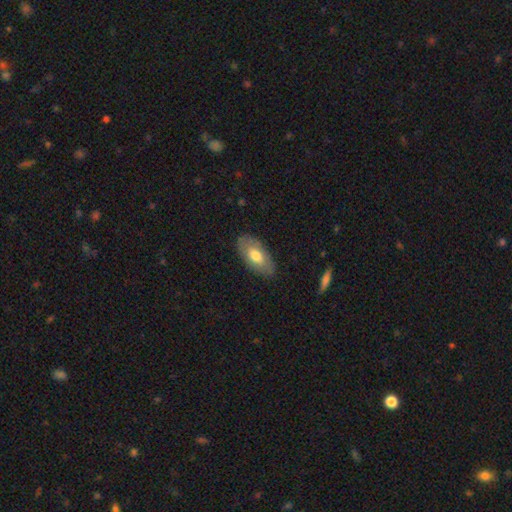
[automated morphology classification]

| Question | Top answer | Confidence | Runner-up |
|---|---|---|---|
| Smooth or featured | smooth | 66% | featured or disk (28%) |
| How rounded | in between | 92% | cigar-shaped (4%) |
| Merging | none | 84% | minor disturbance (12%) |